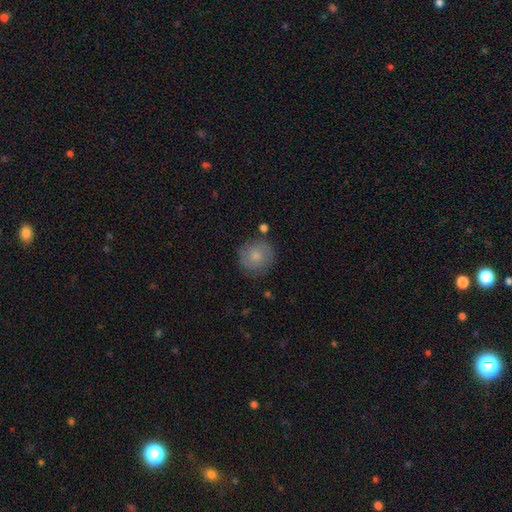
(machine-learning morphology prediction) Smooth or featured? Predicted: smooth (p=0.69). How rounded? Predicted: round (p=0.91). Merging? Predicted: none (p=0.79).